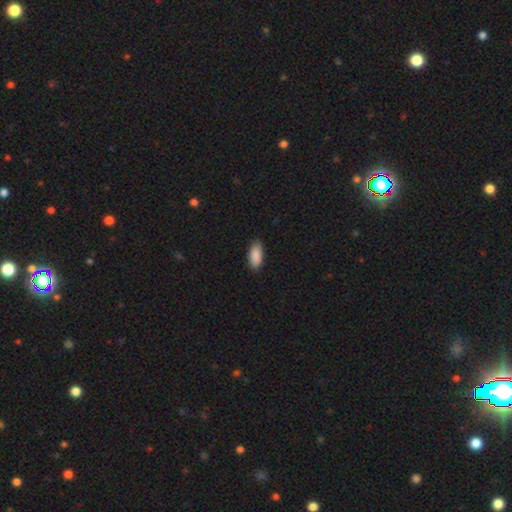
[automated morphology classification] Smooth or featured: smooth — 90% (star or artifact — 6%)
How rounded: in between — 90% (cigar-shaped — 8%)
Merging: none — 86% (minor disturbance — 11%)